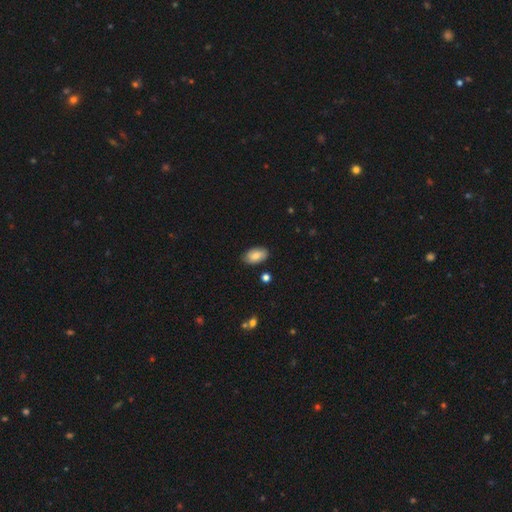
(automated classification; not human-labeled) Smooth or featured? smooth (78%)
How rounded? in between (93%)
Merging? none (83%)